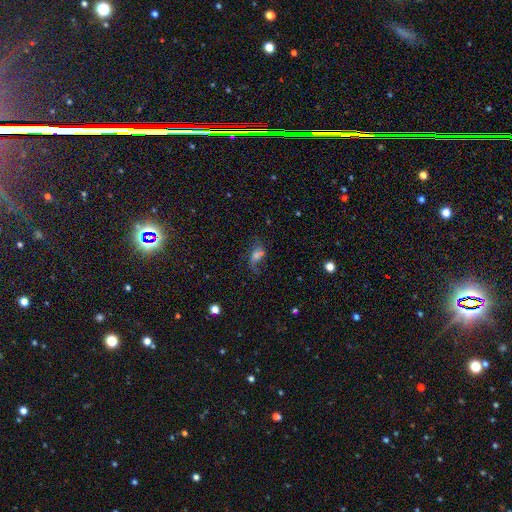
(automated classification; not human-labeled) A featured or disk galaxy (41%). Merging: none (42%).